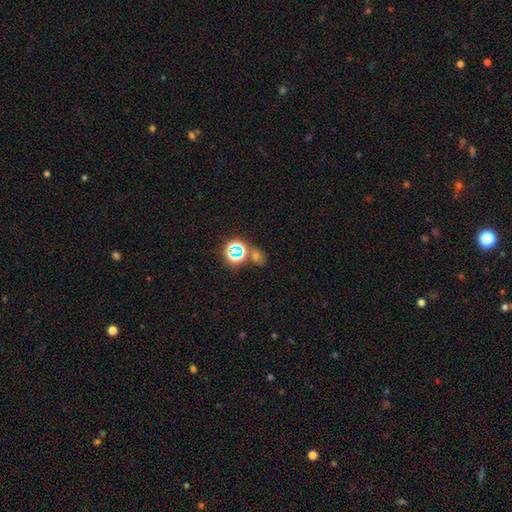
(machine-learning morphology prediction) smooth-or-featured: star or artifact: 56% | smooth: 35% | featured or disk: 9%